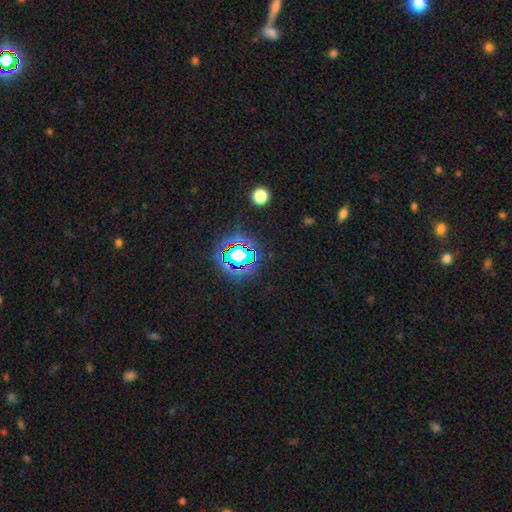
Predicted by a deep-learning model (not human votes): Morphology: type=star or artifact (78%).